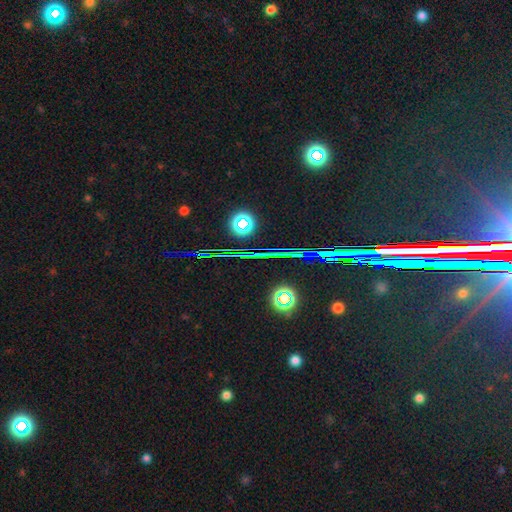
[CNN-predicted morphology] smooth-or-featured: star or artifact: 78% | featured or disk: 12% | smooth: 10%